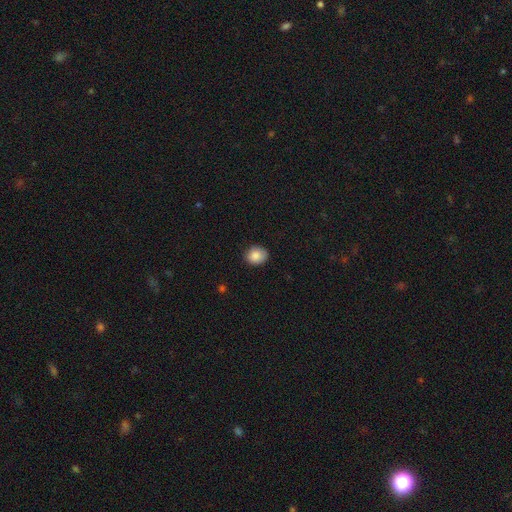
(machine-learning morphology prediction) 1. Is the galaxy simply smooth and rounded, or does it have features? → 86% smooth, 9% star or artifact, 5% featured or disk.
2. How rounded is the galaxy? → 68% round, 31% in between, 1% cigar-shaped.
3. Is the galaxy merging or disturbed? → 80% none, 16% minor disturbance, 3% major disturbance, 1% merger.